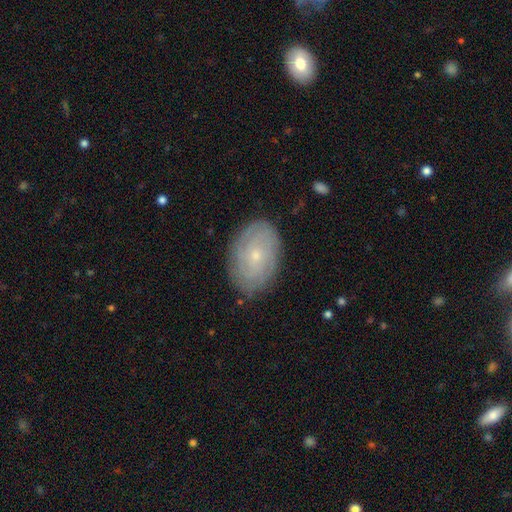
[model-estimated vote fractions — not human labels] A featured or disk galaxy (60%) with no bar (80%), spiral arms (82%) and a small central bulge (77%). Merging: none (83%).